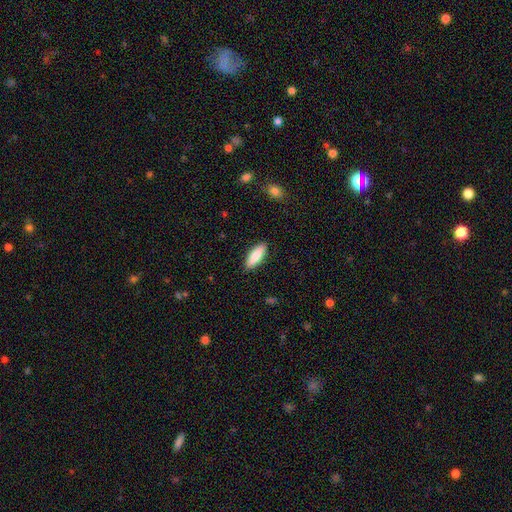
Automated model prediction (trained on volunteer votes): A smooth galaxy with no disk features (85%) that is in between round and cigar-shaped (55%).

Vote fractions:
- Smooth or featured? smooth: 85% / featured or disk: 9% / star or artifact: 6%
- How rounded? in between: 55% / cigar-shaped: 43% / round: 2%
- Merging? none: 89% / minor disturbance: 8% / major disturbance: 2% / merger: 1%